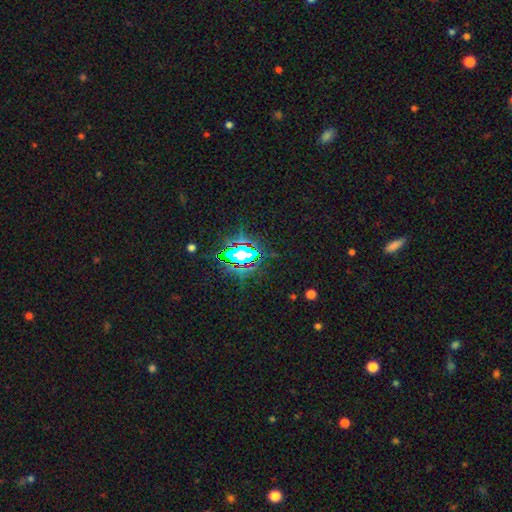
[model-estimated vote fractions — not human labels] Smooth or featured: star or artifact — 74% (smooth — 15%)